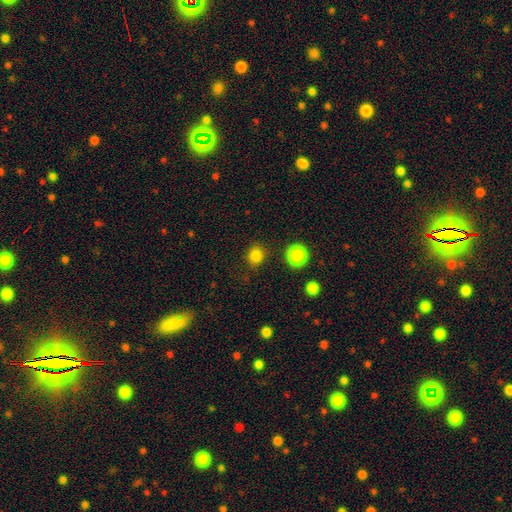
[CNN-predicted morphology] Q: Smooth or featured?
A: smooth (82%); runner-up: star or artifact (14%)
Q: How rounded?
A: round (79%); runner-up: in between (20%)
Q: Merging?
A: none (86%); runner-up: minor disturbance (9%)